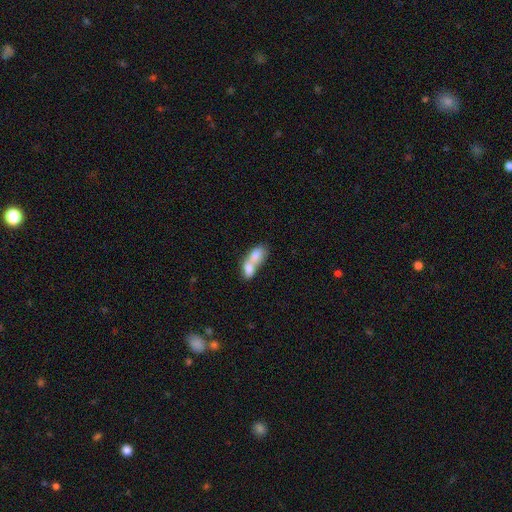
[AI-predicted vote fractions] This appears to be a smooth galaxy with no disk features (74%) that is in between round and cigar-shaped (81%). Merging: merger (78%).